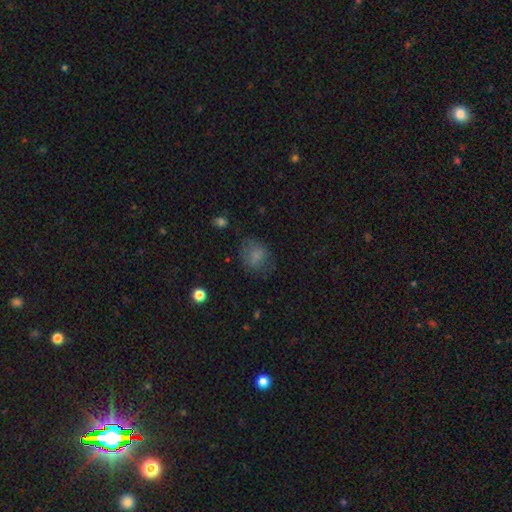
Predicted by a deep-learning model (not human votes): Q: Smooth or featured?
A: smooth (76%); runner-up: star or artifact (12%)
Q: How rounded?
A: round (54%); runner-up: in between (45%)
Q: Merging?
A: none (64%); runner-up: minor disturbance (22%)